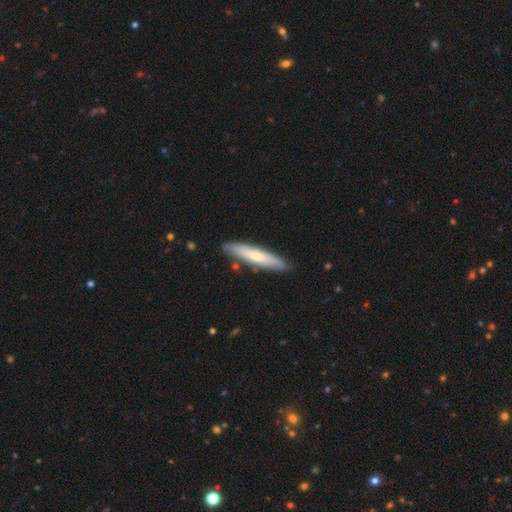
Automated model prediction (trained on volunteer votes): smooth-or-featured: smooth: 58% | featured or disk: 36% | star or artifact: 6%
  how-rounded: cigar-shaped: 88% | in between: 11% | round: 1%
  merging: none: 86% | minor disturbance: 10% | merger: 2% | major disturbance: 2%